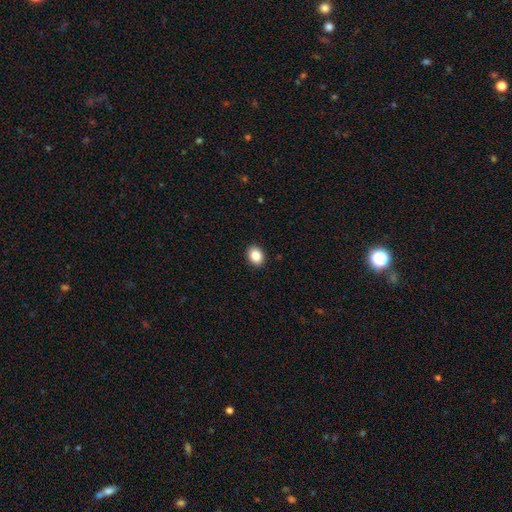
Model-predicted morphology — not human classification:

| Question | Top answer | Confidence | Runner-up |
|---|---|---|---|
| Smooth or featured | smooth | 88% | star or artifact (8%) |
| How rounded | in between | 63% | round (36%) |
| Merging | none | 91% | minor disturbance (6%) |